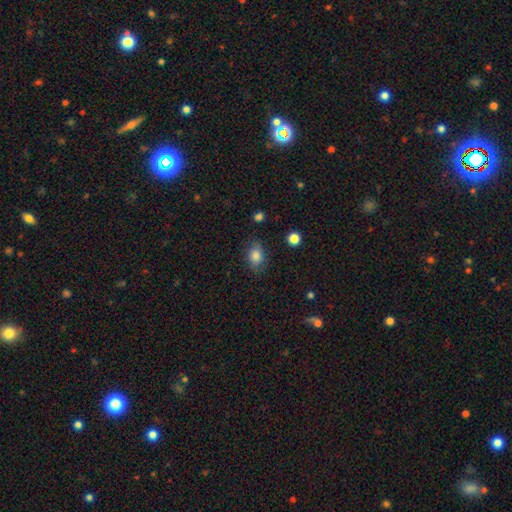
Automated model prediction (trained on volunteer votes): This appears to be a smooth galaxy with no disk features (83%) that is in between round and cigar-shaped (74%). Merging: none (77%).